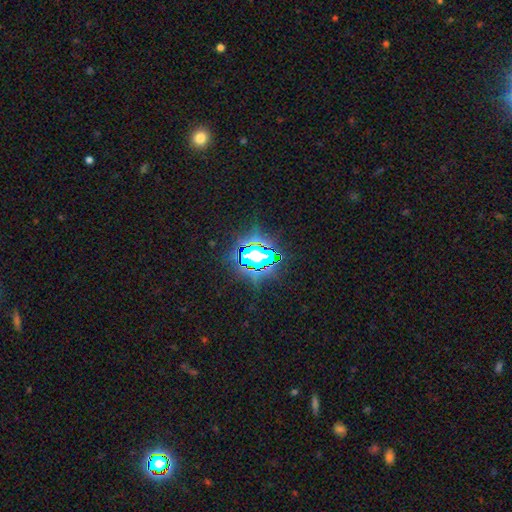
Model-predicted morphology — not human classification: This appears to be a star or artifact, not a galaxy (67%).